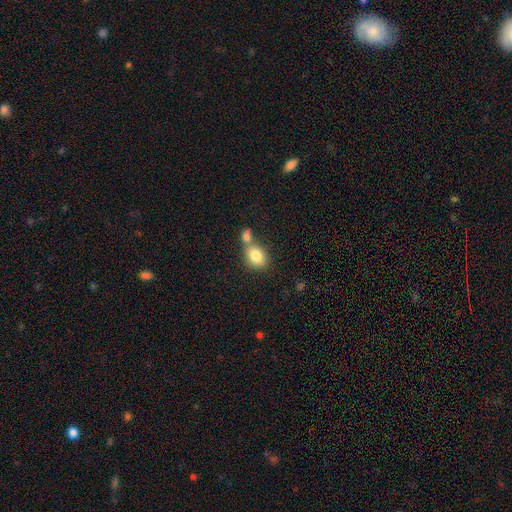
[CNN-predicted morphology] smooth_or_featured: smooth (p=0.82) [alt: featured or disk p=0.10]
how_rounded: in between (p=0.59) [alt: round p=0.40]
merging: merger (p=0.45) [alt: none p=0.41]